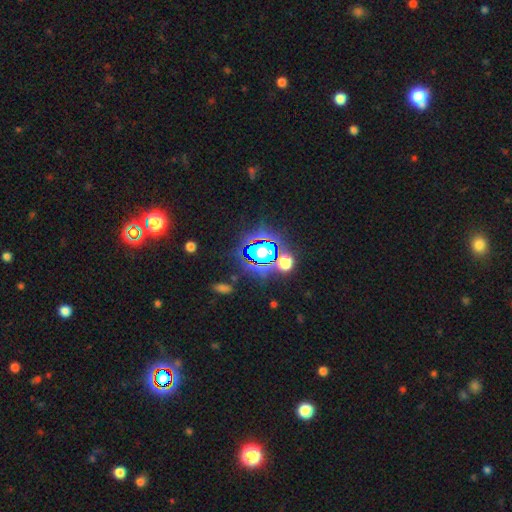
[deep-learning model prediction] This is likely a star or artifact rather than a galaxy (75%).